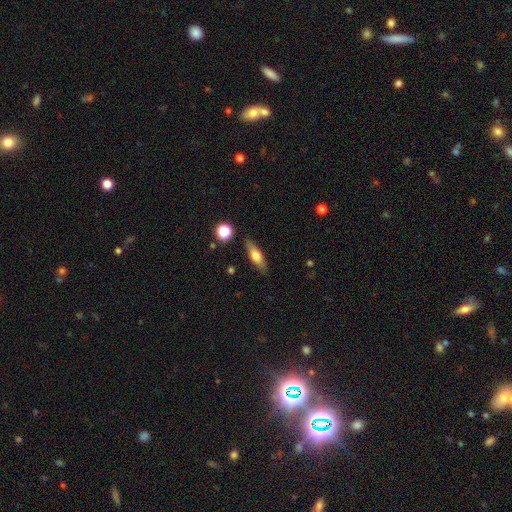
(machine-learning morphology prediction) This is possibly a smooth galaxy (57%). How rounded: possibly cigar-shaped (51%). Merging: clearly none (85%).